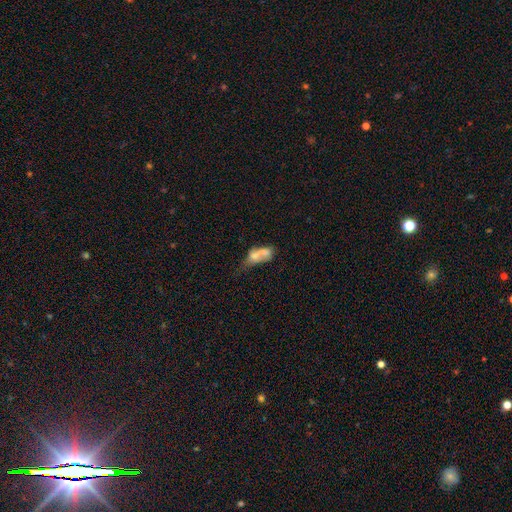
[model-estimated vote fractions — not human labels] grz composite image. It shows a smooth galaxy with no disk features (56%) that is in between round and cigar-shaped (73%). Merging: merger (57%).